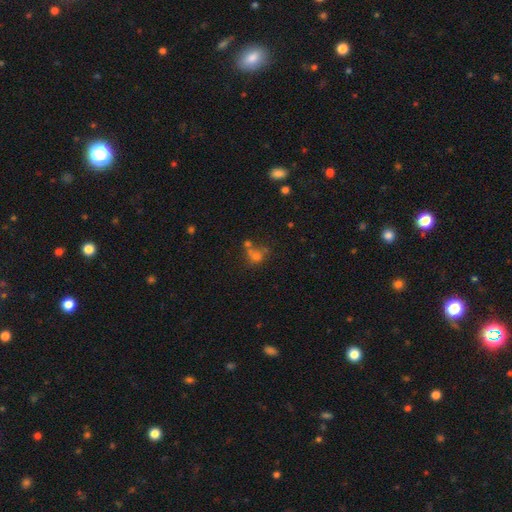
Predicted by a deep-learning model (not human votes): Morphology: type=smooth (59%); roundness=round (61%); merging=merger (37%).